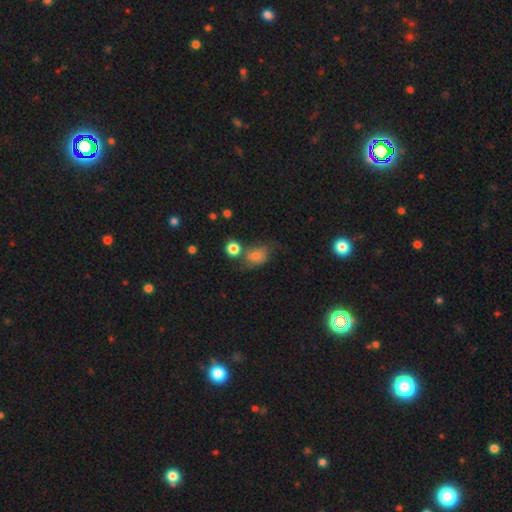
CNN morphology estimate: Smooth or featured?
  - smooth: 67% *
  - featured or disk: 19%
  - star or artifact: 14%
How rounded?
  - in between: 55% *
  - round: 43%
  - cigar-shaped: 2%
Merging?
  - none: 43% *
  - minor disturbance: 25%
  - merger: 18%
  - major disturbance: 14%